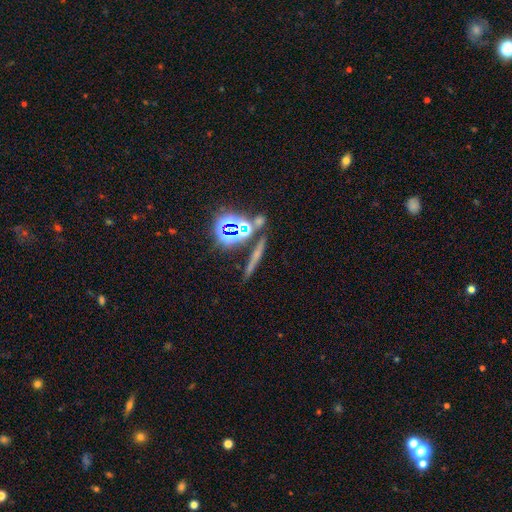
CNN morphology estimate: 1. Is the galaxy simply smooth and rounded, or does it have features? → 36% star or artifact, 32% featured or disk, 32% smooth.